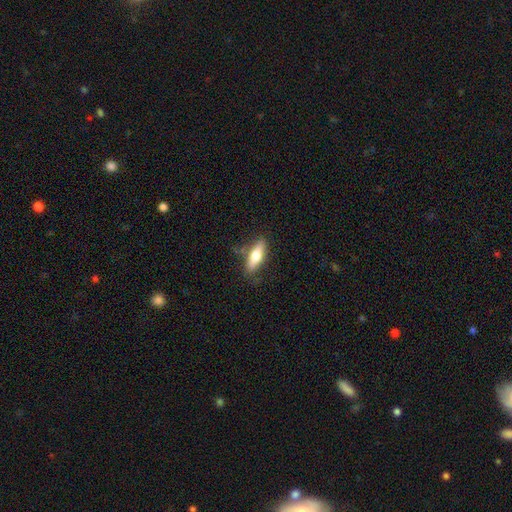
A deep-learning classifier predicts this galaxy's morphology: smooth-or-featured: smooth: 64% | featured or disk: 30% | star or artifact: 6%
  how-rounded: in between: 52% | cigar-shaped: 46% | round: 3%
  merging: none: 74% | minor disturbance: 18% | major disturbance: 5% | merger: 3%